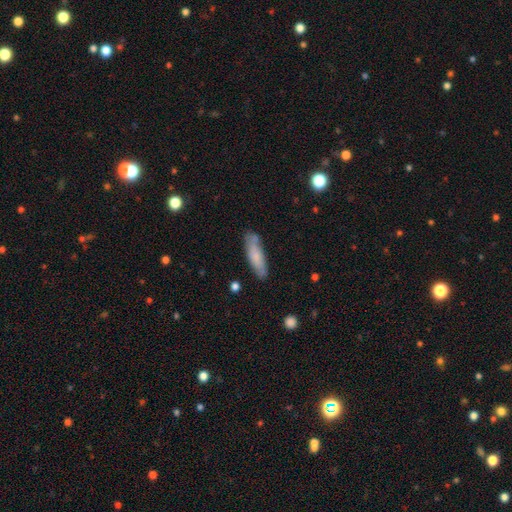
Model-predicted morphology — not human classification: smooth 75%, featured or disk 19%, star or artifact 6%. Down the decision tree: how rounded — cigar-shaped (63%); merging — none (79%).